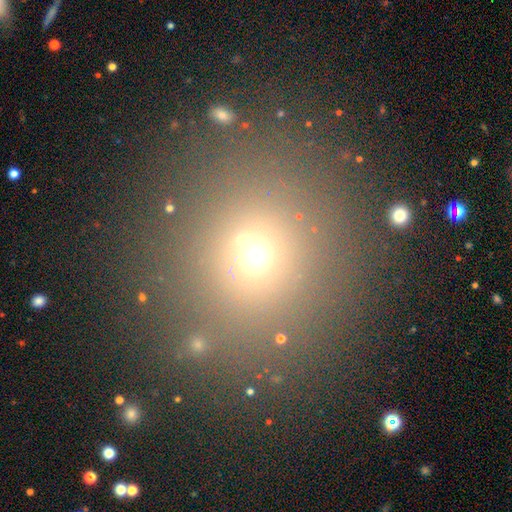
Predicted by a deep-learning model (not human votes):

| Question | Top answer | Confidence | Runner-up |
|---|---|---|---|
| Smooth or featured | smooth | 61% | star or artifact (29%) |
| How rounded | round | 87% | in between (12%) |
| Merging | none | 81% | minor disturbance (9%) |